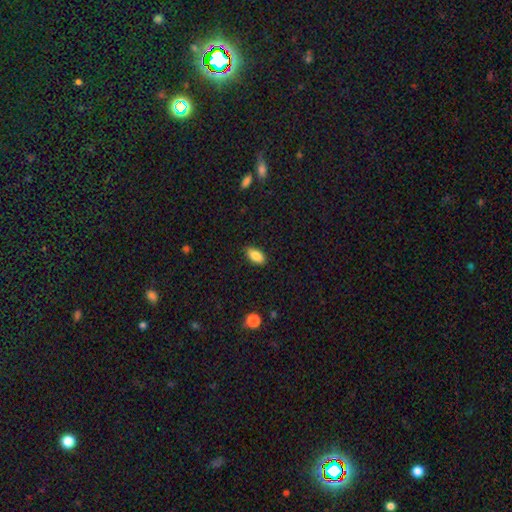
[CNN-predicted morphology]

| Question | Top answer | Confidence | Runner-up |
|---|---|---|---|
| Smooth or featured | smooth | 86% | star or artifact (8%) |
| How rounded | in between | 91% | cigar-shaped (5%) |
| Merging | none | 88% | minor disturbance (9%) |